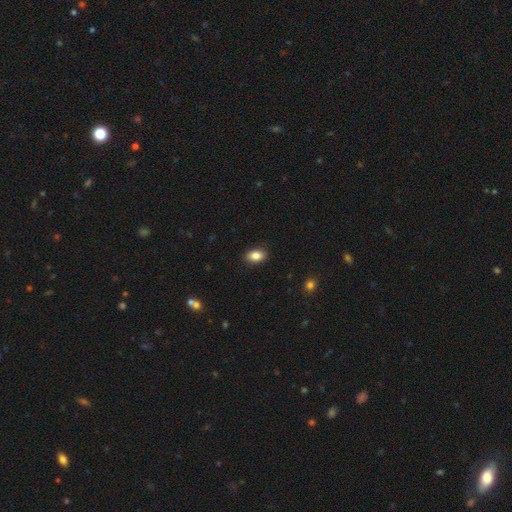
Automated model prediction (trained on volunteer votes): Smooth or featured? Predicted: smooth (p=0.85). How rounded? Predicted: in between (p=0.87). Merging? Predicted: none (p=0.89).